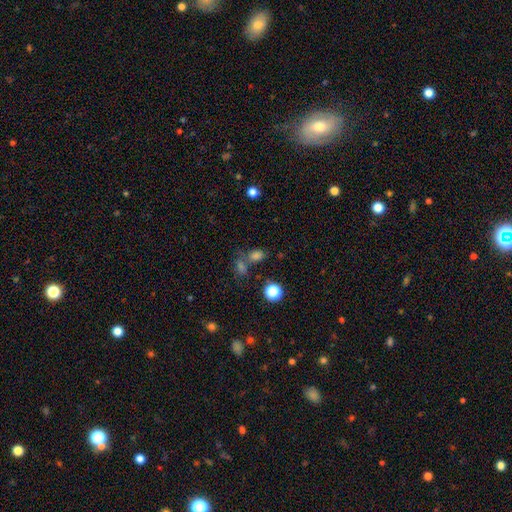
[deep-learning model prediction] Smooth or featured?
  - smooth: 70% *
  - star or artifact: 22%
  - featured or disk: 7%
How rounded?
  - in between: 65% *
  - round: 33%
  - cigar-shaped: 2%
Merging?
  - none: 55% *
  - merger: 27%
  - minor disturbance: 12%
  - major disturbance: 6%